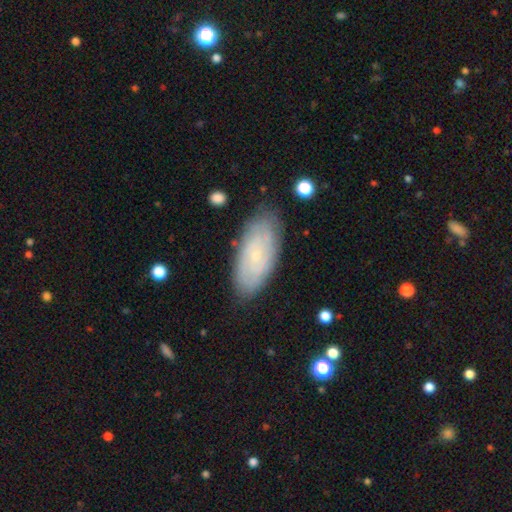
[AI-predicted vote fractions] The model was most divided on "smooth or featured": featured or disk: 61%, smooth: 32%, star or artifact: 7%. More confident: edge-on disk — no (91%); bulge size — small (83%); bar — no (81%); merging — none (80%); spiral arms — yes (78%).